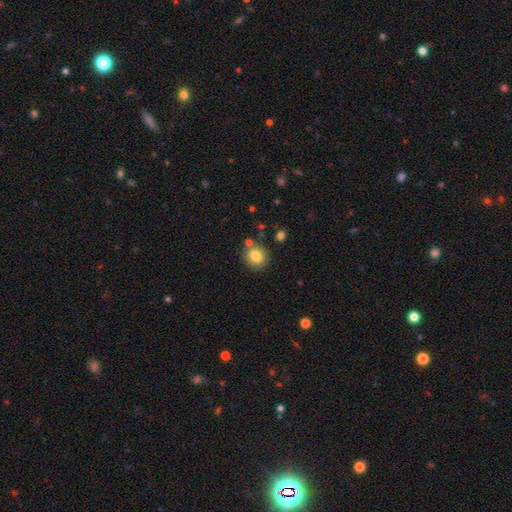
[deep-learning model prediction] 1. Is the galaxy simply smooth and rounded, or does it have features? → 82% smooth, 10% star or artifact, 8% featured or disk.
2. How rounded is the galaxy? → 75% round, 24% in between, 1% cigar-shaped.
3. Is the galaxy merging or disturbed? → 80% none, 11% minor disturbance, 7% merger, 3% major disturbance.